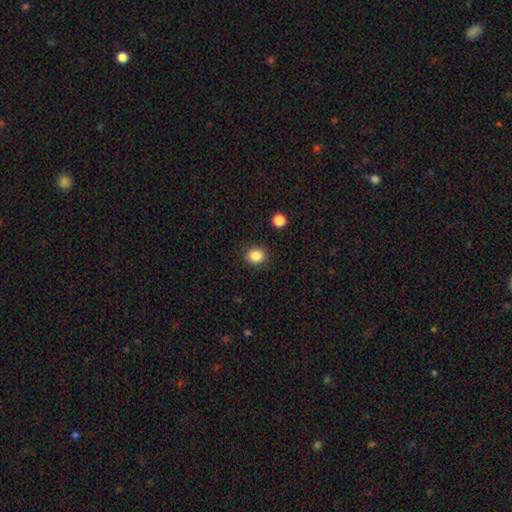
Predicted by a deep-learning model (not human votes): smooth 85%, star or artifact 10%, featured or disk 4%. Down the decision tree: how rounded — round (76%); merging — none (89%).